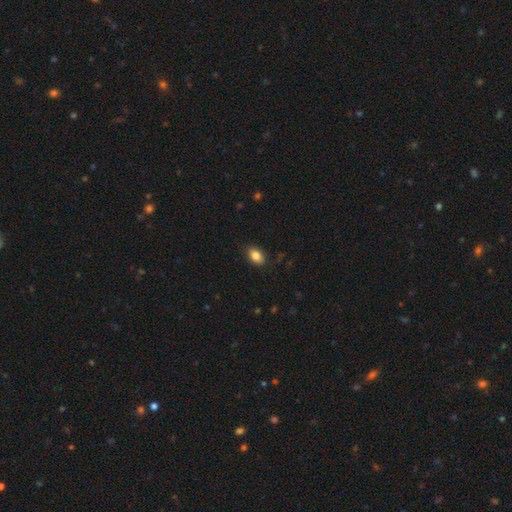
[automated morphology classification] The model was most divided on "how rounded": in between: 87%, round: 12%, cigar-shaped: 2%. More confident: merging — none (86%); smooth or featured — smooth (86%).